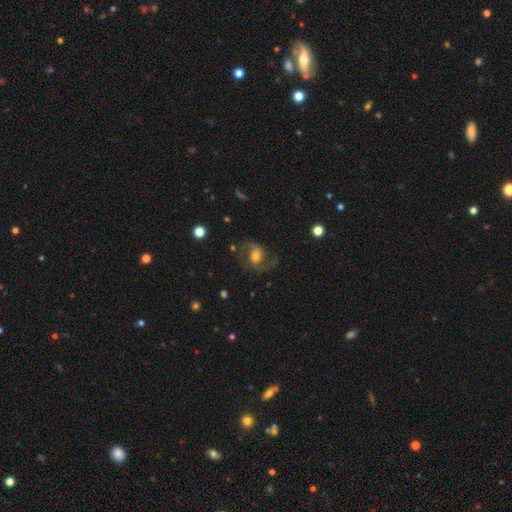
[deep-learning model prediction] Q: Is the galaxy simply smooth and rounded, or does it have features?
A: featured or disk — 72%.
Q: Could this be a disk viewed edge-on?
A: no — 97%.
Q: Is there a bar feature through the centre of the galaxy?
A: weak — 43%.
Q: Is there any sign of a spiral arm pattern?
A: yes — 91%.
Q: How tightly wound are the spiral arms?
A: medium — 53%.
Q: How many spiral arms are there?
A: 2 — 88%.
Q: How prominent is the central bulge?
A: moderate — 56%.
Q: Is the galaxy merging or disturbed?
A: none — 67%.